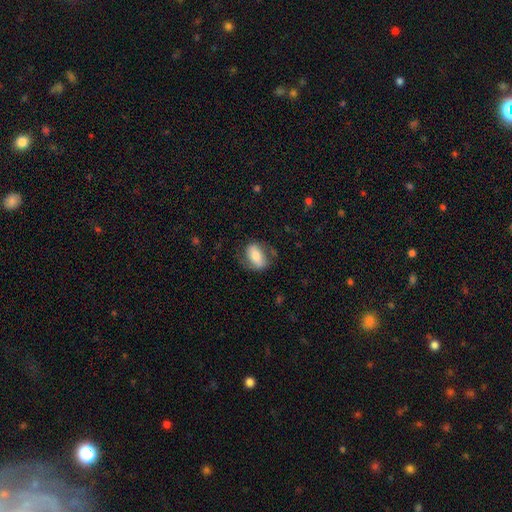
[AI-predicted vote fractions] A smooth galaxy with no disk features (60%) that is in between round and cigar-shaped (85%).

Vote fractions:
- Smooth or featured? smooth: 60% / featured or disk: 33% / star or artifact: 7%
- How rounded? in between: 85% / round: 12% / cigar-shaped: 4%
- Merging? none: 64% / minor disturbance: 22% / major disturbance: 12% / merger: 2%